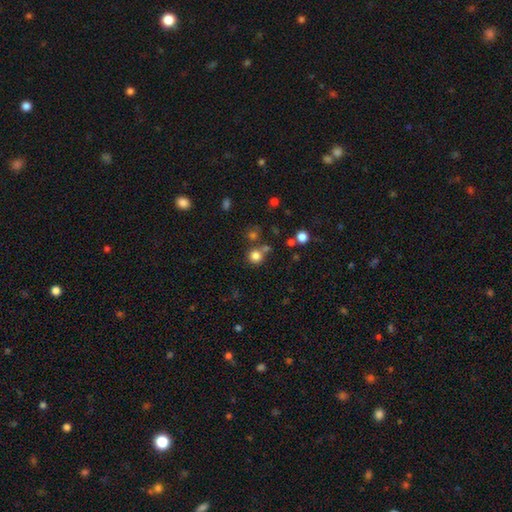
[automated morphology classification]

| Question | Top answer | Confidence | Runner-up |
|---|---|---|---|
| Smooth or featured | smooth | 80% | star or artifact (14%) |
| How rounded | round | 92% | in between (7%) |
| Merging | none | 71% | merger (16%) |